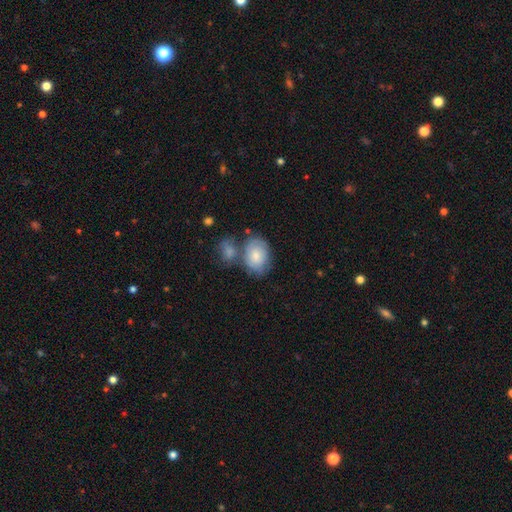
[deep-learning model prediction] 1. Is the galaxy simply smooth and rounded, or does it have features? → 73% smooth, 21% featured or disk, 6% star or artifact.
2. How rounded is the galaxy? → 74% in between, 25% round, 1% cigar-shaped.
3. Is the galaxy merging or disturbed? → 44% none, 31% merger, 18% minor disturbance, 7% major disturbance.